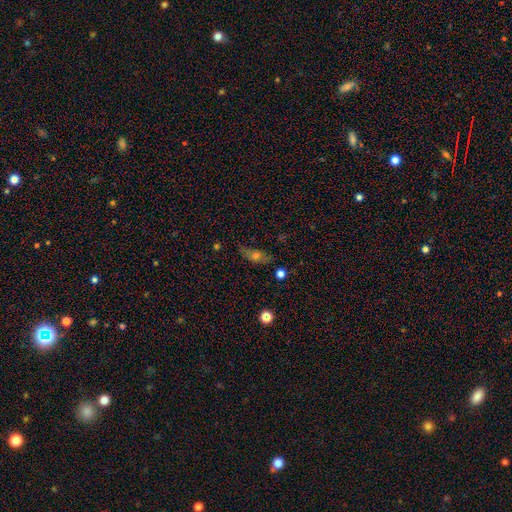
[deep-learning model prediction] Smooth or featured? smooth (50%)
Merging? none (62%)